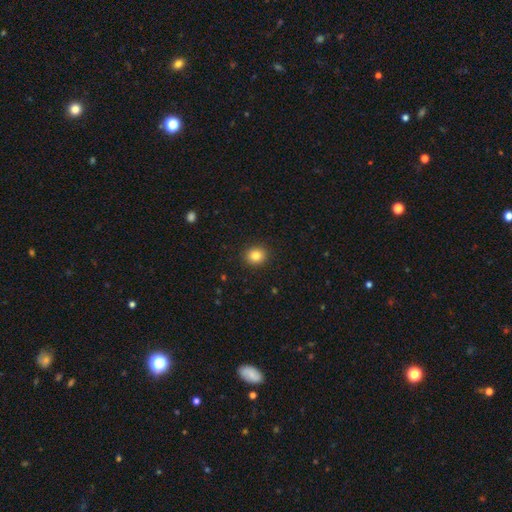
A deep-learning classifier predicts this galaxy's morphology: Smooth or featured? smooth (83%)
How rounded? round (79%)
Merging? none (91%)